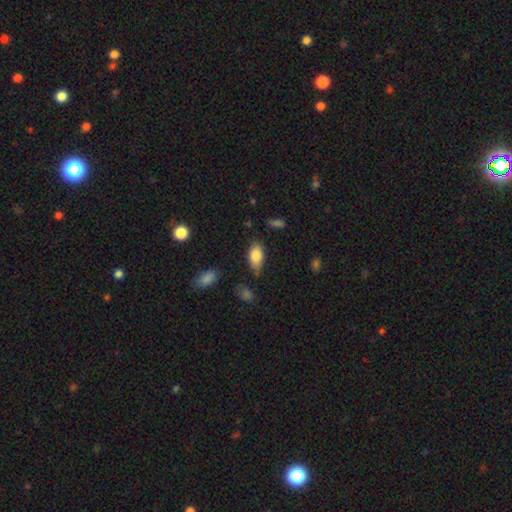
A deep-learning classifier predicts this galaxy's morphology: A smooth galaxy with no disk features (83%) that is in between round and cigar-shaped (92%).

Vote fractions:
- Smooth or featured? smooth: 83% / featured or disk: 10% / star or artifact: 7%
- How rounded? in between: 92% / cigar-shaped: 5% / round: 4%
- Merging? none: 70% / minor disturbance: 23% / major disturbance: 5% / merger: 3%